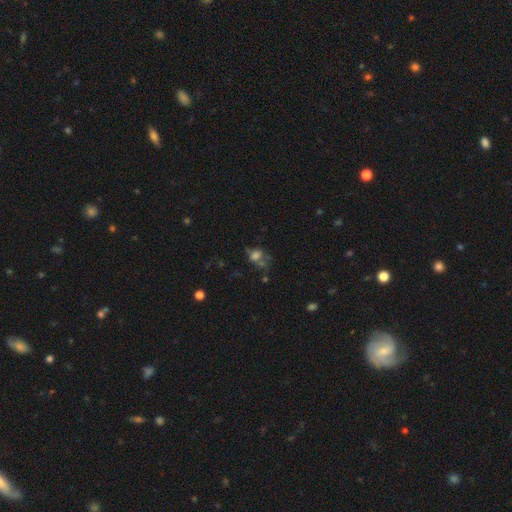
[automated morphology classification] The model was most divided on "merging": none: 33%, major disturbance: 28%, merger: 20%, minor disturbance: 19%. More confident: how rounded — in between (55%); smooth or featured — smooth (55%).